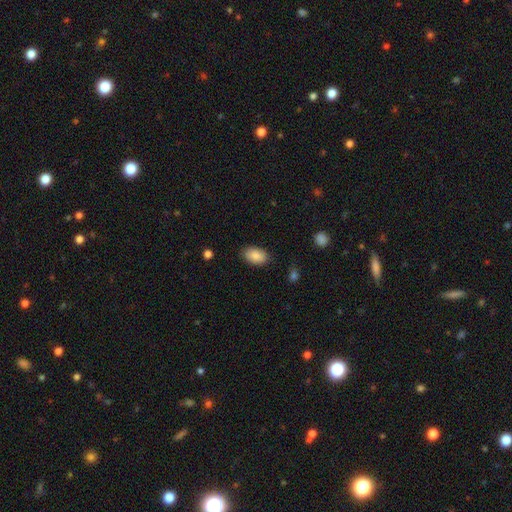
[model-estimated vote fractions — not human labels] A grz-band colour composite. It shows a smooth galaxy with no disk features (86%) that is in between round and cigar-shaped (91%). Merging: none (85%).